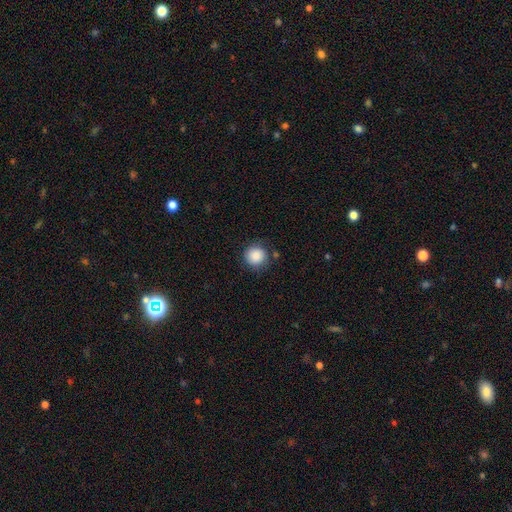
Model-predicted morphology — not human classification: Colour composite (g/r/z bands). It shows a smooth galaxy with no disk features (86%) that is round (93%). Merging: none (80%).